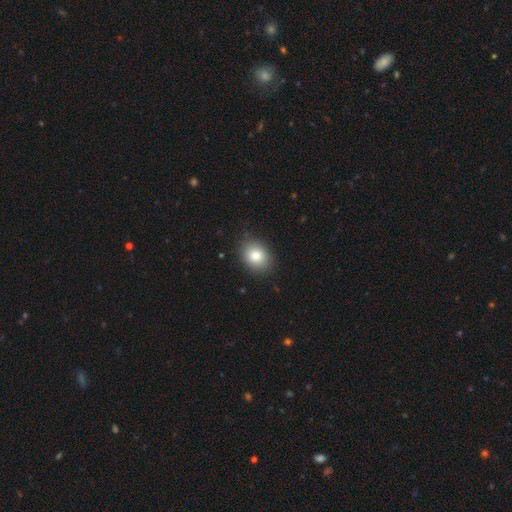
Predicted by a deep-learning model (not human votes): Morphology: type=smooth (84%); roundness=in between (55%); merging=none (84%).